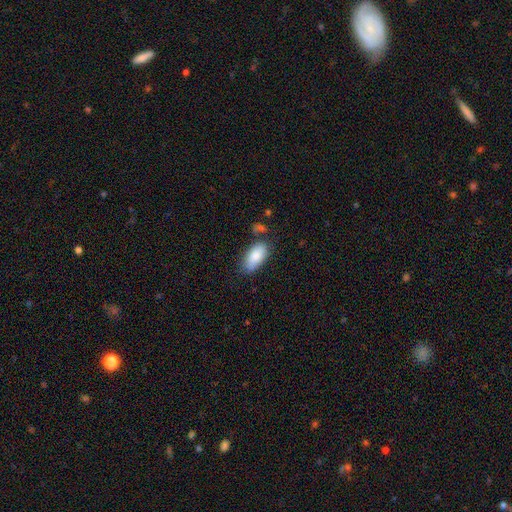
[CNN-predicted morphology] The model was most divided on "merging": none: 69%, minor disturbance: 20%, merger: 6%, major disturbance: 5%. More confident: how rounded — in between (93%); smooth or featured — smooth (84%).